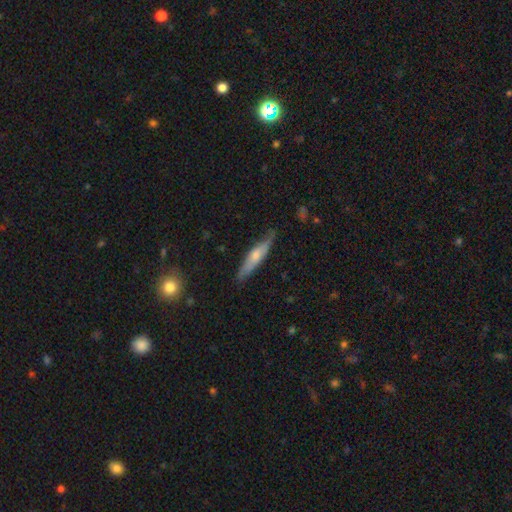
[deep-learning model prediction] smooth_or_featured: smooth (p=0.53) [alt: featured or disk p=0.41]
how_rounded: cigar-shaped (p=0.82) [alt: in between p=0.16]
merging: none (p=0.77) [alt: minor disturbance p=0.19]